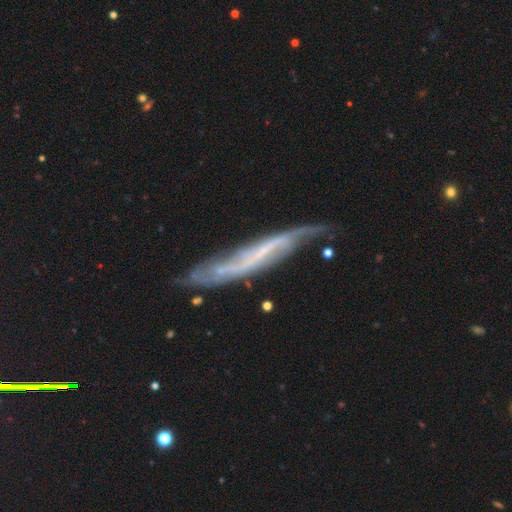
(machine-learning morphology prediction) A featured or disk galaxy (74%).

Vote fractions:
- Smooth or featured? featured or disk: 74% / smooth: 18% / star or artifact: 8%
- Edge-on disk? no: 51% / yes: 49%
- Merging? none: 59% / minor disturbance: 25% / major disturbance: 12% / merger: 4%